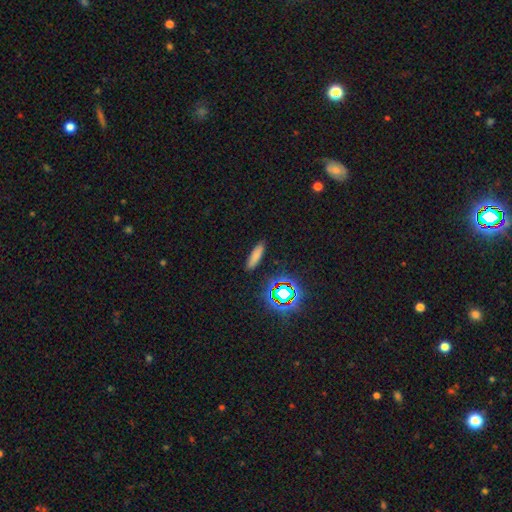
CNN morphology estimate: This is likely a smooth galaxy (73%). How rounded: likely cigar-shaped (65%). Merging: clearly none (88%).